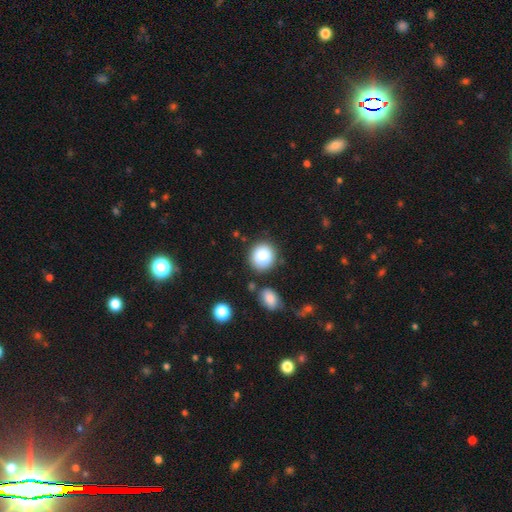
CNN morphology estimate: The model was most divided on "smooth or featured": star or artifact: 54%, smooth: 39%, featured or disk: 7%.